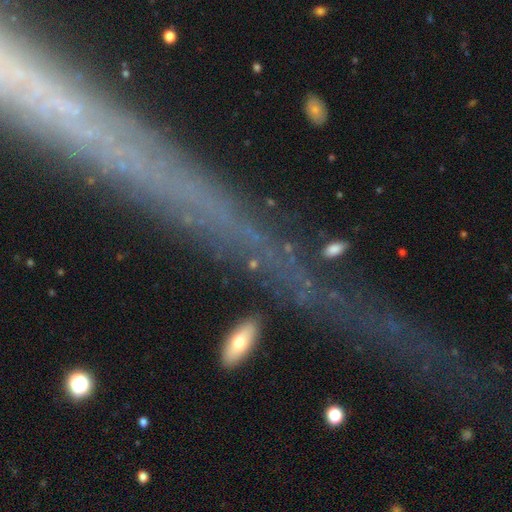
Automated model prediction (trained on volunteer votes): Smooth or featured? Predicted: featured or disk (p=0.43). Merging? Predicted: none (p=0.69).